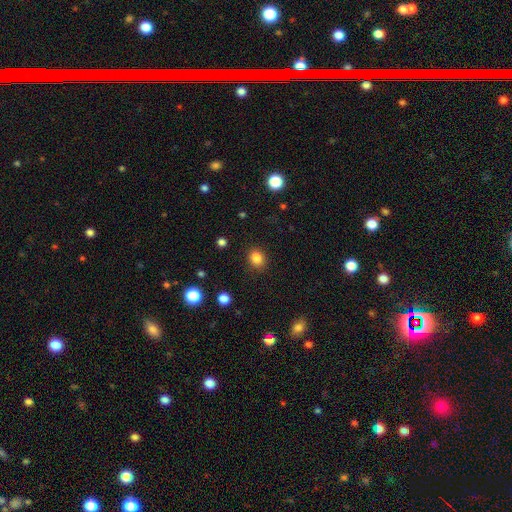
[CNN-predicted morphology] Smooth or featured? smooth (84%)
How rounded? round (51%)
Merging? none (86%)